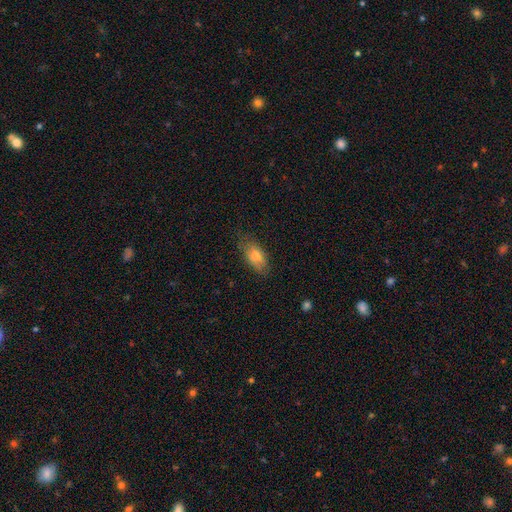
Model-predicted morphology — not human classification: Q: Smooth or featured?
A: smooth (72%); runner-up: featured or disk (19%)
Q: How rounded?
A: in between (82%); runner-up: cigar-shaped (13%)
Q: Merging?
A: none (72%); runner-up: minor disturbance (21%)